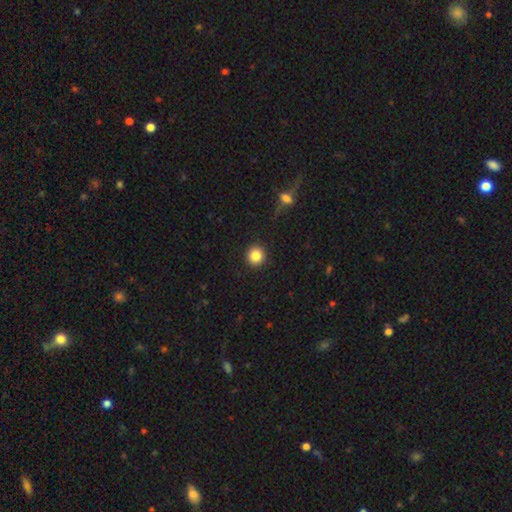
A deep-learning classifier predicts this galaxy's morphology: Smooth or featured? Predicted: smooth (p=0.84). How rounded? Predicted: round (p=0.93). Merging? Predicted: none (p=0.92).